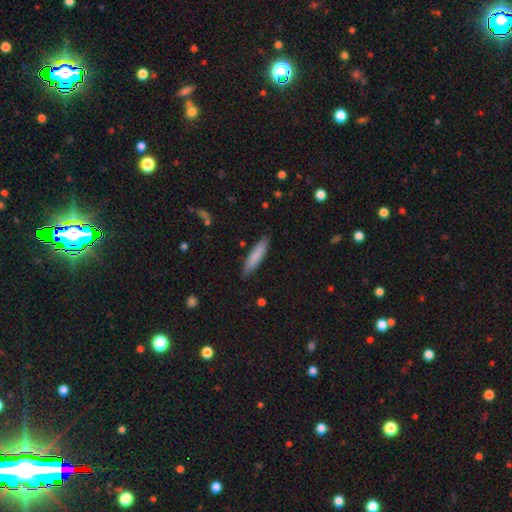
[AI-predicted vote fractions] The model was most divided on "how rounded": cigar-shaped: 81%, in between: 18%, round: 1%. More confident: merging — none (87%); smooth or featured — smooth (79%).